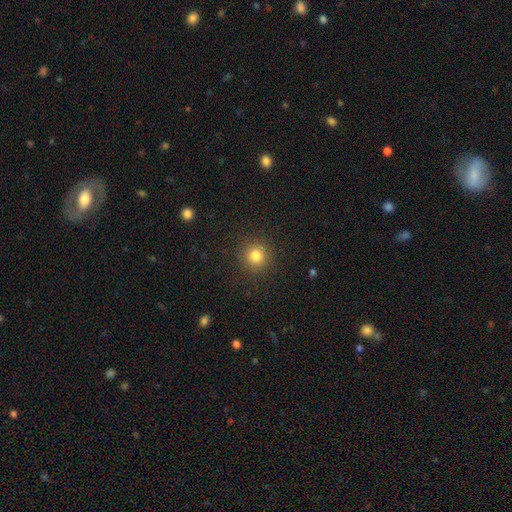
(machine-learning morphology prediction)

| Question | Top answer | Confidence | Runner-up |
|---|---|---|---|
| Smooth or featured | smooth | 82% | star or artifact (13%) |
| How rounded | round | 94% | in between (5%) |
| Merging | none | 90% | minor disturbance (6%) |